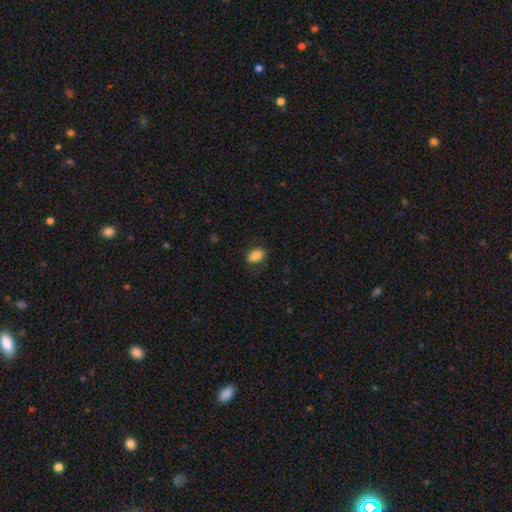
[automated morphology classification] This is clearly a smooth galaxy (87%). How rounded: clearly in between (86%). Merging: clearly none (83%).